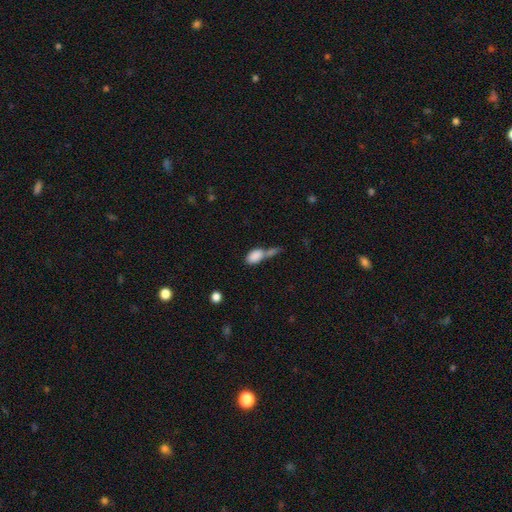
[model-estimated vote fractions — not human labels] Smooth or featured? smooth (84%)
How rounded? in between (90%)
Merging? merger (56%)